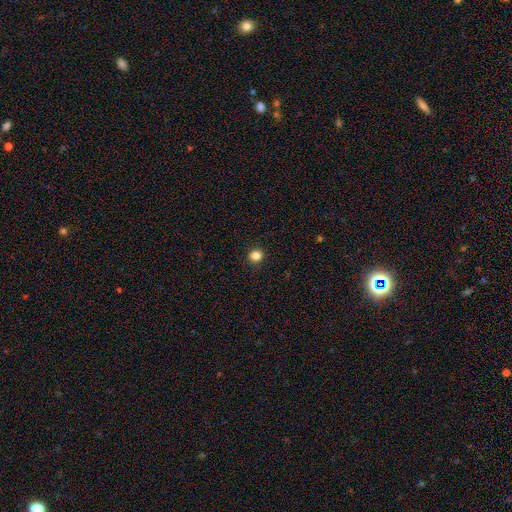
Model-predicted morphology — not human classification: Smooth or featured? Predicted: smooth (p=0.84). How rounded? Predicted: round (p=0.87). Merging? Predicted: none (p=0.92).